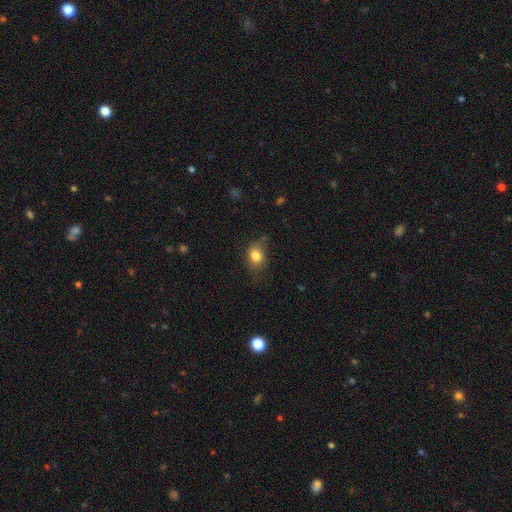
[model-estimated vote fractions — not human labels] Morphology: type=smooth (82%); roundness=in between (57%); merging=none (62%).